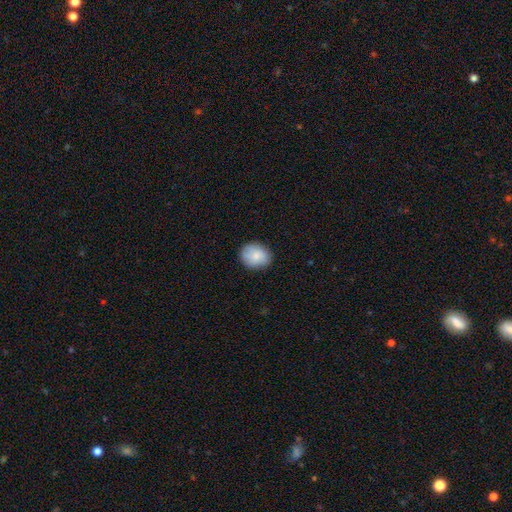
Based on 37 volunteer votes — smooth_or_featured: smooth (p=0.76) [alt: featured or disk p=0.22]
how_rounded: round (p=0.54) [alt: in between p=0.46]
merging: none (p=0.86) [alt: minor disturbance p=0.11]